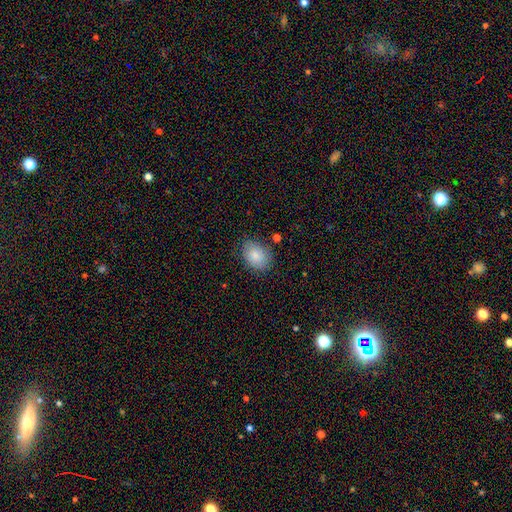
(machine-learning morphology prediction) The model was most divided on "how rounded": in between: 74%, round: 25%, cigar-shaped: 1%. More confident: smooth or featured — smooth (82%); merging — none (76%).